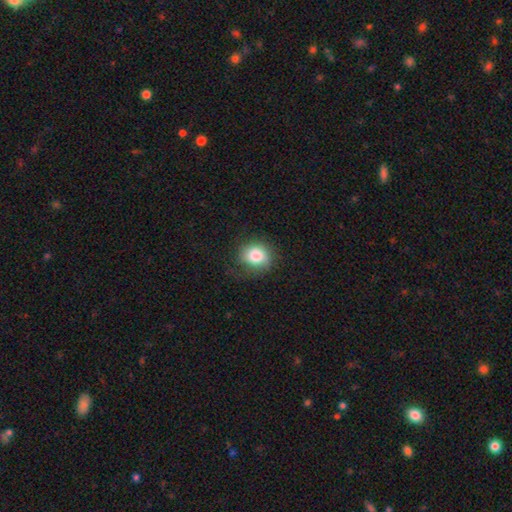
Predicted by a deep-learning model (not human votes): Overall: smooth (81%). How rounded: round (68%; in between 31%). Merging: none (67%).